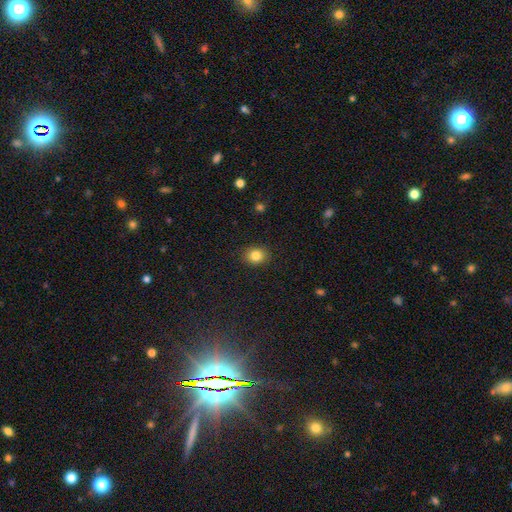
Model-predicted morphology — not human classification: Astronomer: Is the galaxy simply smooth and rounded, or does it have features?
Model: smooth — 84%.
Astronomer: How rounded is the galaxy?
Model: round — 63%.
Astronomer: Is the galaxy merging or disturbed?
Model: none — 89%.